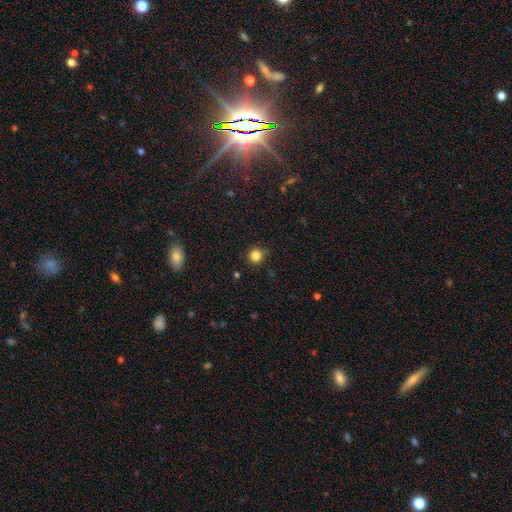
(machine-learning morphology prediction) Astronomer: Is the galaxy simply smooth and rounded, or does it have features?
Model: smooth — 83%.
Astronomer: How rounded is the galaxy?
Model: round — 93%.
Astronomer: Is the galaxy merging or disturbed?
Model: none — 84%.